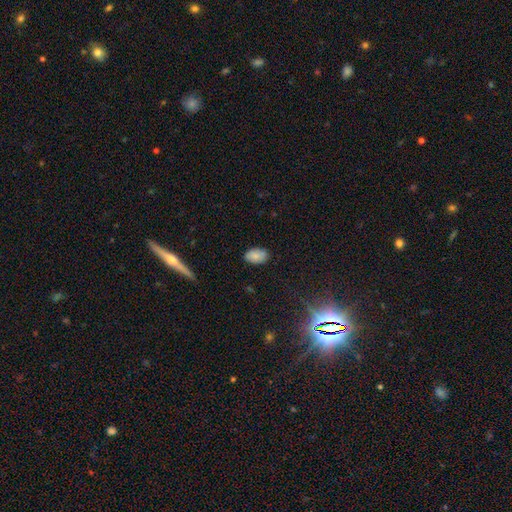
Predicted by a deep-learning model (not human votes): Overall: smooth (83%). How rounded: in between (92%). Merging: none (84%).